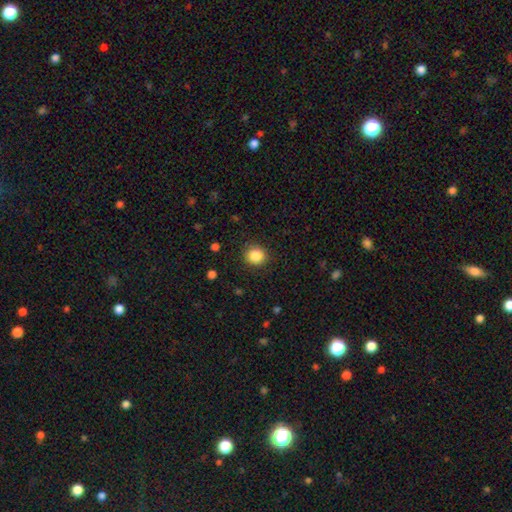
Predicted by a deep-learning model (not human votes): This appears to be a smooth galaxy with no disk features (86%) that is round (89%). Merging: none (89%).